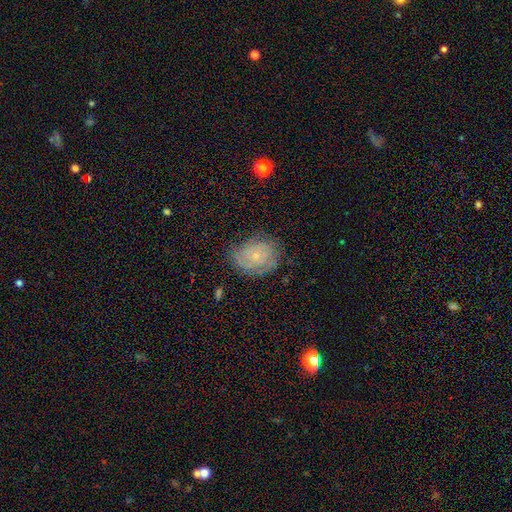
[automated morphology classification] Smooth or featured: featured or disk — 65% (smooth — 25%)
Edge-on disk: no — 97% (yes — 3%)
Bar: no — 79% (weak — 18%)
Spiral arms: yes — 88% (no — 12%)
Spiral winding: tight — 68% (medium — 24%)
Spiral arm count: can't tell — 45% (2 — 21%)
Bulge size: small — 78% (moderate — 15%)
Merging: none — 69% (minor disturbance — 21%)